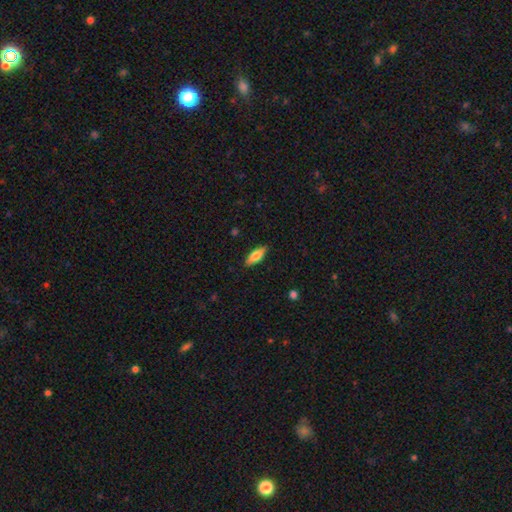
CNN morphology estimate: This appears to be a smooth galaxy with no disk features (69%) that is in between round and cigar-shaped (63%). Merging: none (88%).